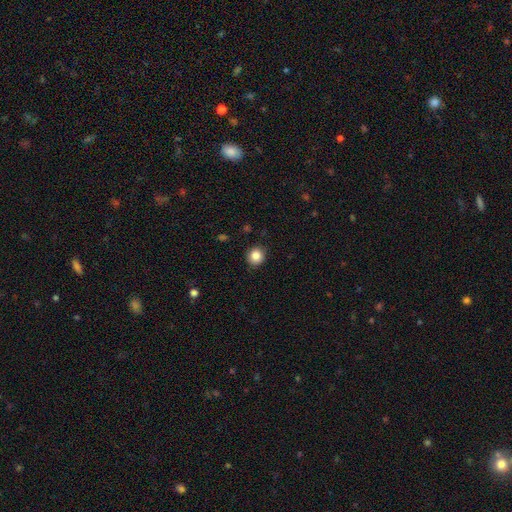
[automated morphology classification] Smooth or featured? smooth (85%)
How rounded? round (89%)
Merging? none (90%)